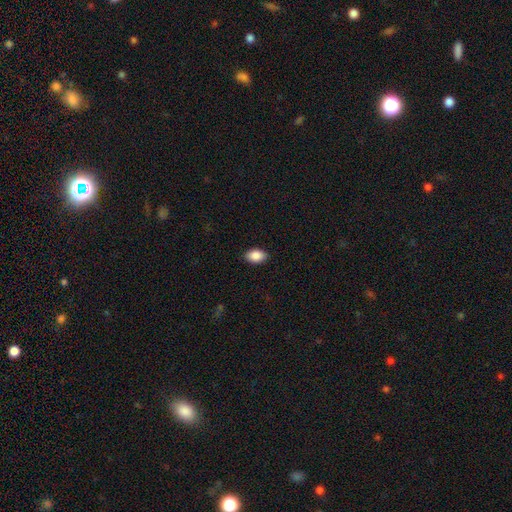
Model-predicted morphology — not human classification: type=smooth (89%); roundness=in between (90%); merging=none (88%).